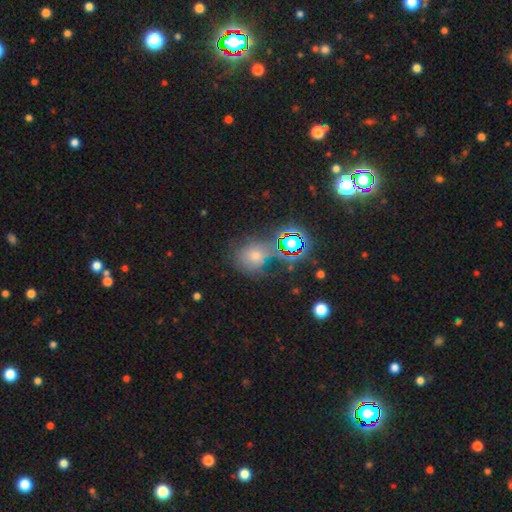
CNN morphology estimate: A star or artifact, not a galaxy (46%).